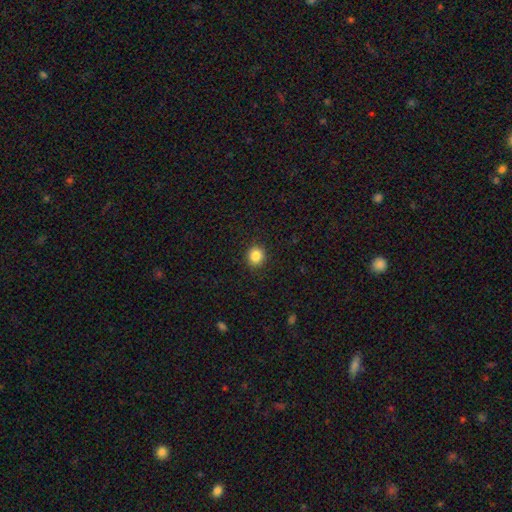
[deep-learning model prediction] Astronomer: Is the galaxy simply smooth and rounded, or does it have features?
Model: smooth — 85%.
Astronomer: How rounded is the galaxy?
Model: round — 86%.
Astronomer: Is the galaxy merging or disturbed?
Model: none — 91%.